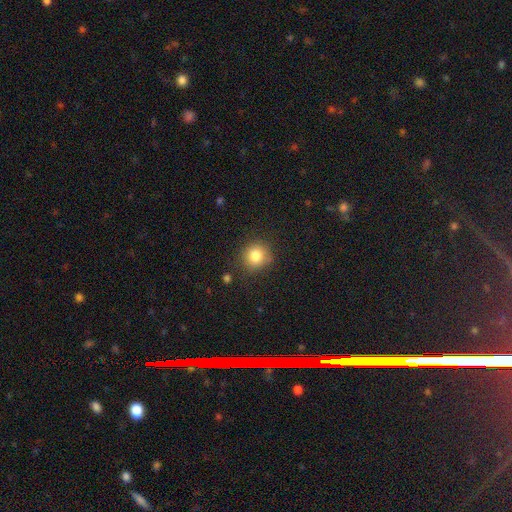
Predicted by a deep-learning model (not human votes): Smooth or featured?
  - smooth: 82% *
  - star or artifact: 11%
  - featured or disk: 7%
How rounded?
  - round: 89% *
  - in between: 10%
  - cigar-shaped: 1%
Merging?
  - none: 82% *
  - minor disturbance: 12%
  - major disturbance: 3%
  - merger: 2%